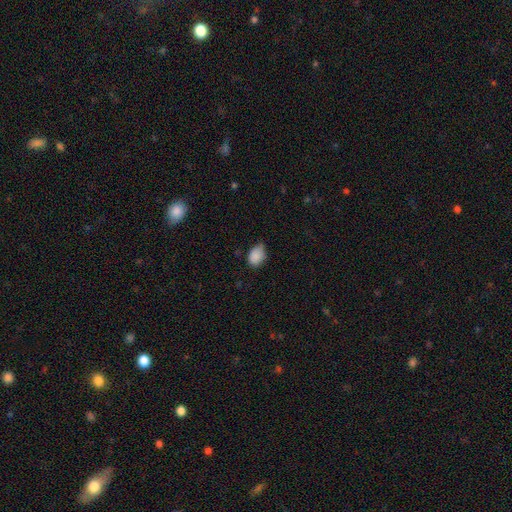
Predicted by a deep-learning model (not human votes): Smooth or featured? Predicted: smooth (p=0.87). How rounded? Predicted: in between (p=0.79). Merging? Predicted: none (p=0.50).